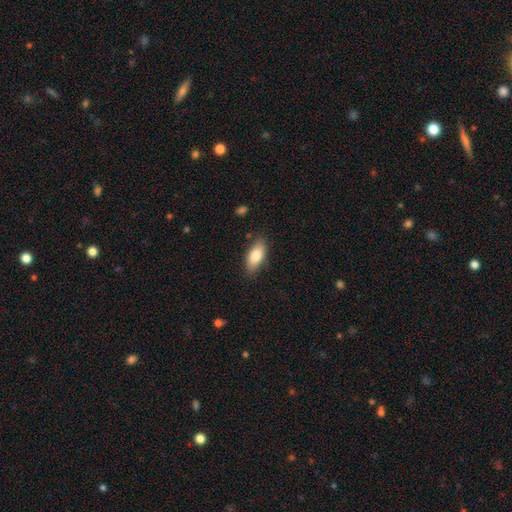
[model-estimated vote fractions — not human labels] smooth_or_featured: smooth (p=0.82) [alt: featured or disk p=0.11]
how_rounded: in between (p=0.85) [alt: cigar-shaped p=0.12]
merging: none (p=0.82) [alt: minor disturbance p=0.13]